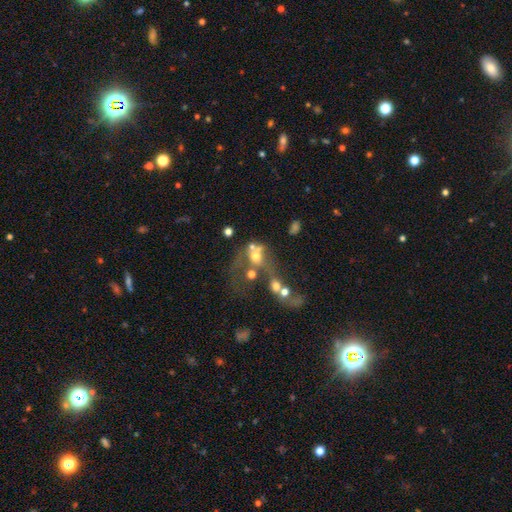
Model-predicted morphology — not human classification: Q: Smooth or featured?
A: smooth (48%); runner-up: featured or disk (34%)
Q: Merging?
A: merger (58%); runner-up: major disturbance (21%)